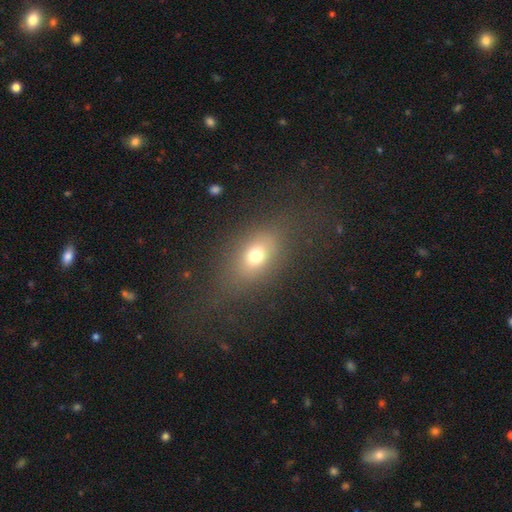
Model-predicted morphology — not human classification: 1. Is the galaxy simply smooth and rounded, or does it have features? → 70% smooth, 15% star or artifact, 15% featured or disk.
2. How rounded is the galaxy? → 69% in between, 27% round, 4% cigar-shaped.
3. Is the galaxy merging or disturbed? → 72% none, 14% minor disturbance, 11% major disturbance, 3% merger.